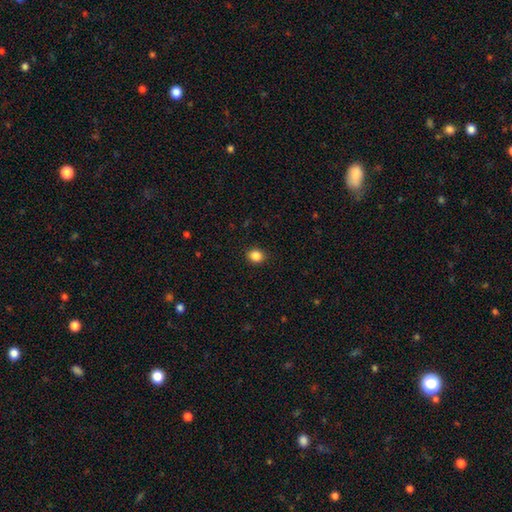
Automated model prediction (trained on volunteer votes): A smooth galaxy with no disk features (86%) that is round (73%).

Vote fractions:
- Smooth or featured? smooth: 86% / star or artifact: 11% / featured or disk: 3%
- How rounded? round: 73% / in between: 26% / cigar-shaped: 1%
- Merging? none: 90% / minor disturbance: 7% / major disturbance: 2% / merger: 1%